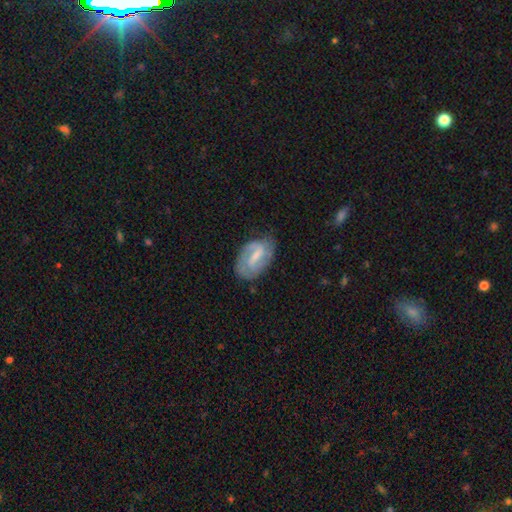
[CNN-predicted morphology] The model was most divided on "spiral winding": medium: 42%, tight: 33%, loose: 25%. Remaining: edge-on disk — no (96%); spiral arms — yes (81%); smooth or featured — featured or disk (69%); spiral arm count — 2 (66%); merging — none (64%); bar — weak (50%); bulge size — small (46%).